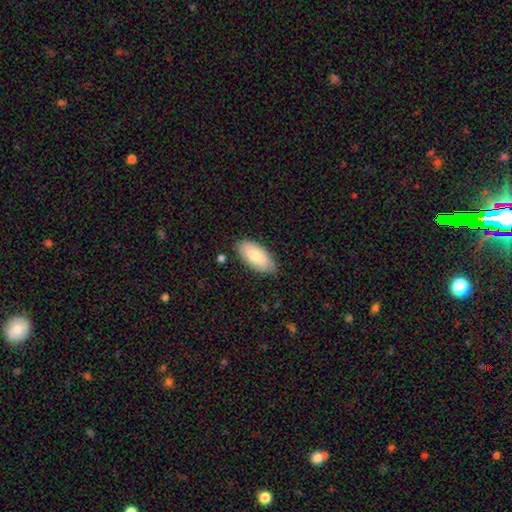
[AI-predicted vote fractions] Morphology: type=smooth (79%); roundness=in between (91%); merging=none (81%).